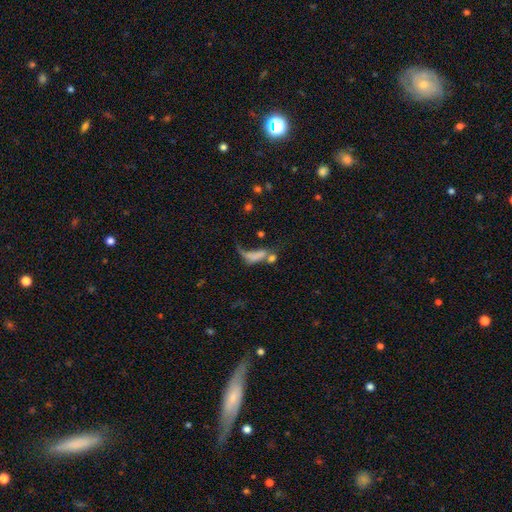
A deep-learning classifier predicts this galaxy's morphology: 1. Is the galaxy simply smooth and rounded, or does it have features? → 53% smooth, 33% featured or disk, 14% star or artifact.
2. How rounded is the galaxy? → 65% in between, 26% cigar-shaped, 8% round.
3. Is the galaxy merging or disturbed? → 42% merger, 32% major disturbance, 16% none, 10% minor disturbance.